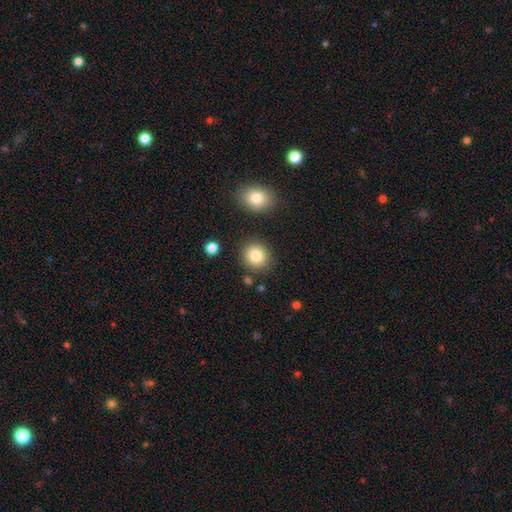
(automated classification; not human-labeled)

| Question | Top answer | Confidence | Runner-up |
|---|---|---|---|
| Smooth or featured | smooth | 84% | star or artifact (10%) |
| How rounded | round | 86% | in between (13%) |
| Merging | none | 85% | minor disturbance (8%) |